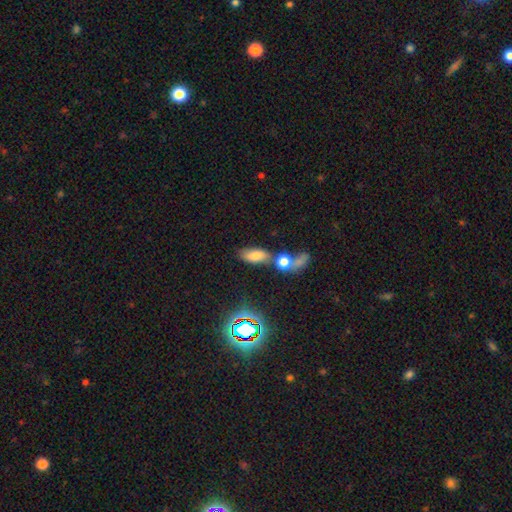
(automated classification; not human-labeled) Smooth or featured?
  - smooth: 73% *
  - star or artifact: 15%
  - featured or disk: 12%
How rounded?
  - in between: 85% *
  - cigar-shaped: 9%
  - round: 7%
Merging?
  - none: 44% *
  - merger: 35%
  - minor disturbance: 13%
  - major disturbance: 9%